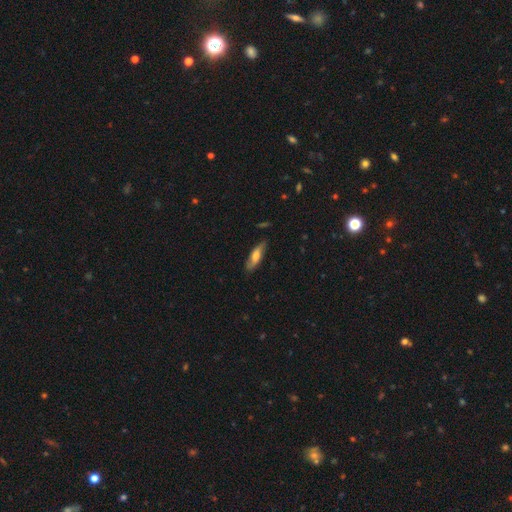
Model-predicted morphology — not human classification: Overall: smooth (53%; featured or disk 41%). How rounded: cigar-shaped (52%; in between 46%). Merging: none (79%).